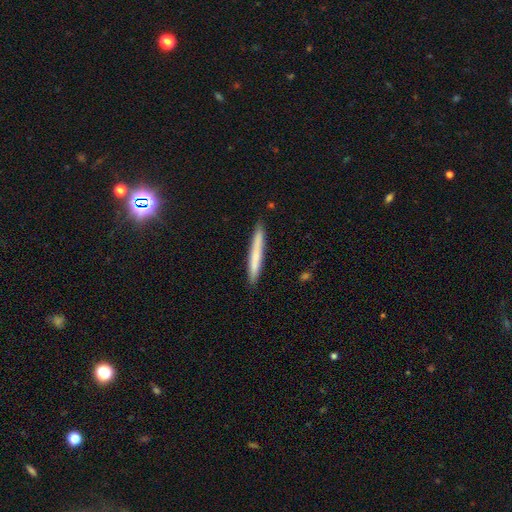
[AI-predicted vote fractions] Smooth or featured? smooth (71%)
How rounded? cigar-shaped (97%)
Merging? none (89%)